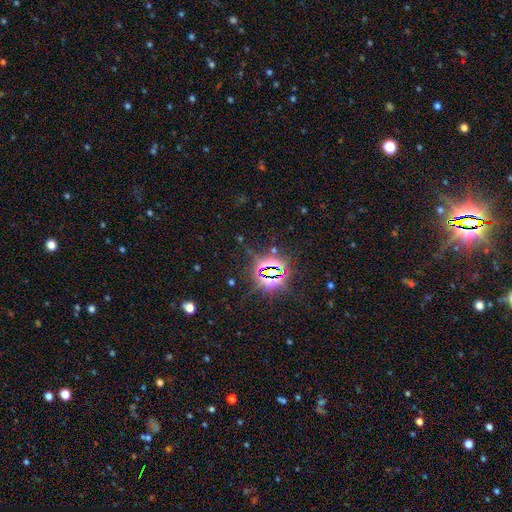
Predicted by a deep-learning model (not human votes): Morphology: type=star or artifact (84%).